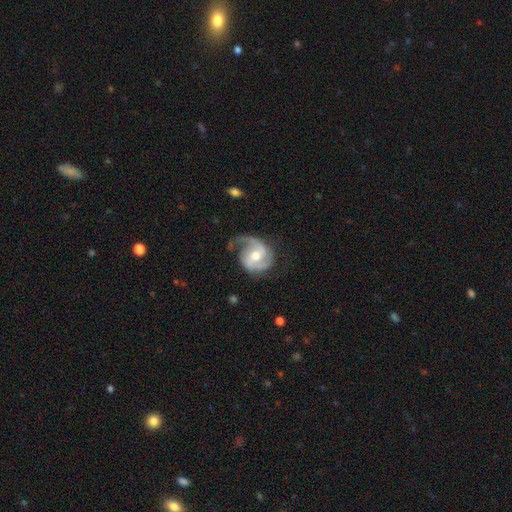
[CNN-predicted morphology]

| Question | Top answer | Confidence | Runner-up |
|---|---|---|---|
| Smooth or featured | featured or disk | 86% | smooth (10%) |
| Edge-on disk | no | 98% | yes (2%) |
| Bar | weak | 43% | no (42%) |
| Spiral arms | yes | 96% | no (4%) |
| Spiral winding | medium | 49% | tight (27%) |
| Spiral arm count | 2 | 71% | 1 (13%) |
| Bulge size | moderate | 70% | small (23%) |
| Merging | none | 55% | minor disturbance (25%) |